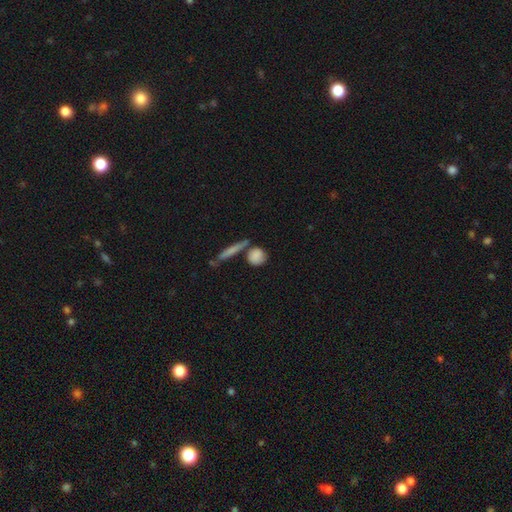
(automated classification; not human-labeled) Smooth or featured? Predicted: smooth (p=0.82). How rounded? Predicted: round (p=0.77). Merging? Predicted: none (p=0.65).